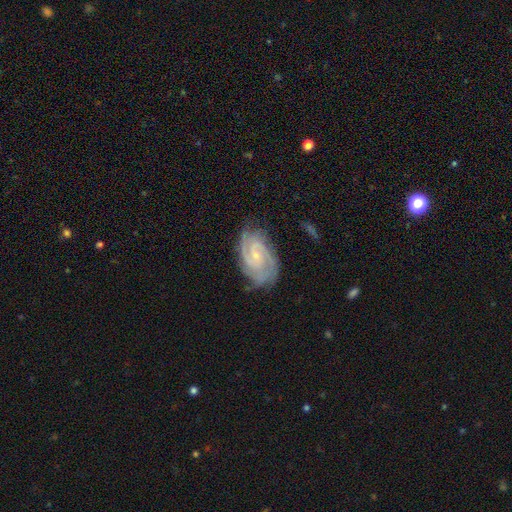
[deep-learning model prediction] A featured or disk galaxy (89%) with no bar (51%), 2 (53%) tight (63%) spiral arms (98%) and a small central bulge (75%).

Vote fractions:
- Smooth or featured? featured or disk: 89% / smooth: 6% / star or artifact: 5%
- Edge-on disk? no: 97% / yes: 3%
- Bar? no: 51% / weak: 39% / strong: 9%
- Spiral arms? yes: 98% / no: 2%
- Spiral winding? tight: 63% / medium: 32% / loose: 5%
- Spiral arm count? 2: 53% / 3: 22% / can't tell: 11% / 4: 6% / 1: 4% / more than 4: 4%
- Bulge size? small: 75% / moderate: 18% / none: 5% / large: 1% / dominant: 1%
- Merging? none: 75% / minor disturbance: 19% / major disturbance: 5% / merger: 1%